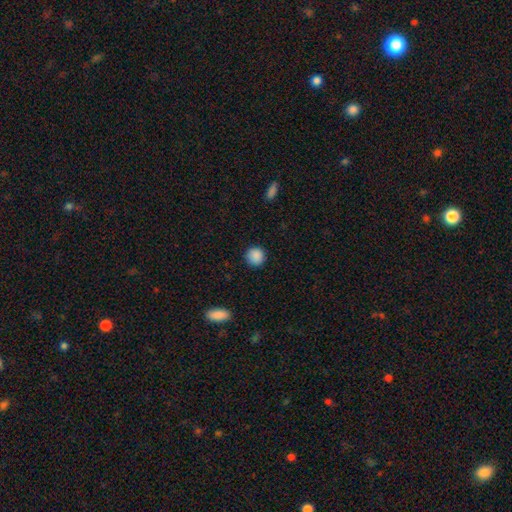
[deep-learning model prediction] smooth_or_featured: smooth (p=0.89) [alt: star or artifact p=0.08]
how_rounded: round (p=0.92) [alt: in between p=0.07]
merging: none (p=0.90) [alt: minor disturbance p=0.07]